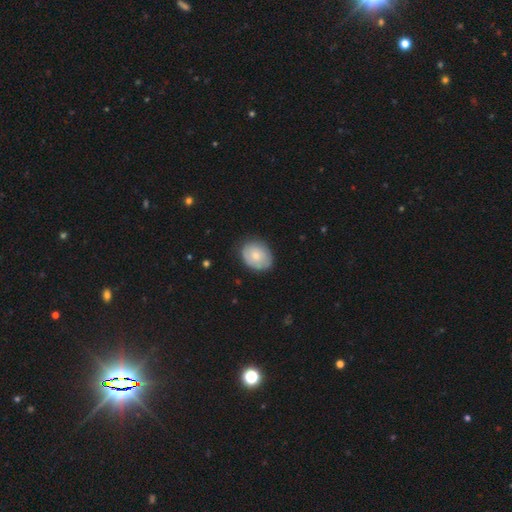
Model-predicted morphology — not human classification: Smooth or featured? smooth (65%)
How rounded? in between (54%)
Merging? none (78%)